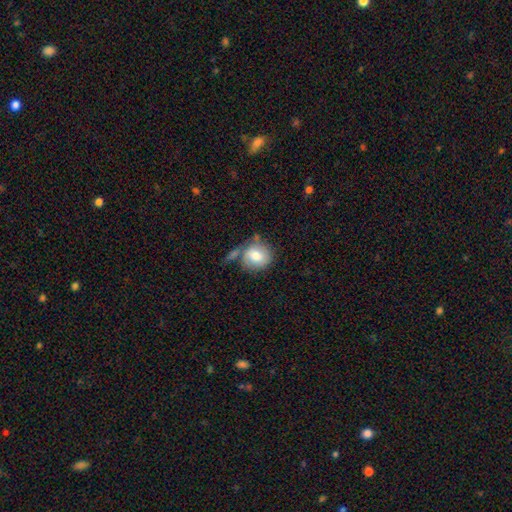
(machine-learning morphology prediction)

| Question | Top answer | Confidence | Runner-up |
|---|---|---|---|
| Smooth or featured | smooth | 76% | featured or disk (17%) |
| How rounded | round | 81% | in between (18%) |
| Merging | none | 50% | minor disturbance (20%) |